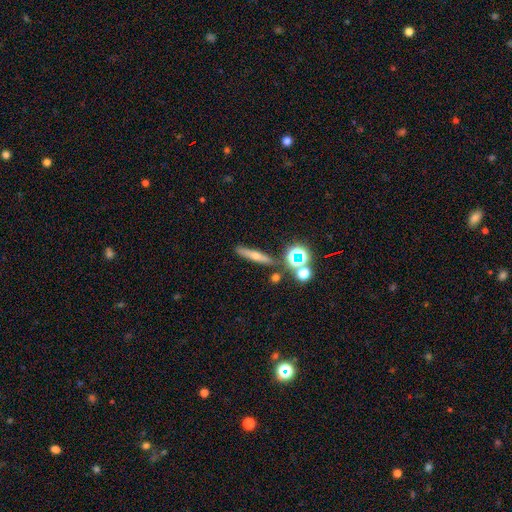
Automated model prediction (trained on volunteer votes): Morphology: type=smooth (43%); merging=none (82%).